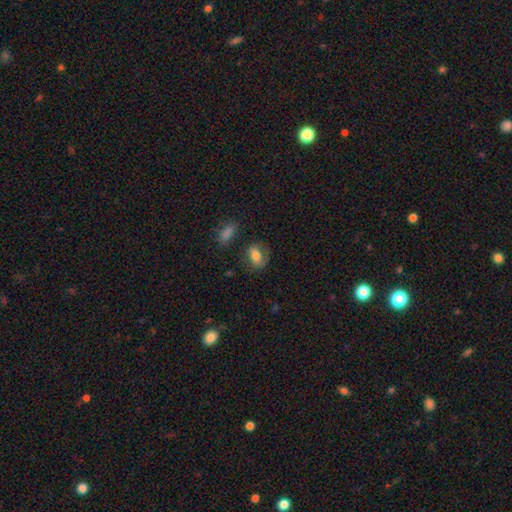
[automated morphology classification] This is likely a smooth galaxy (69%). How rounded: likely in between (79%). Merging: likely none (64%).